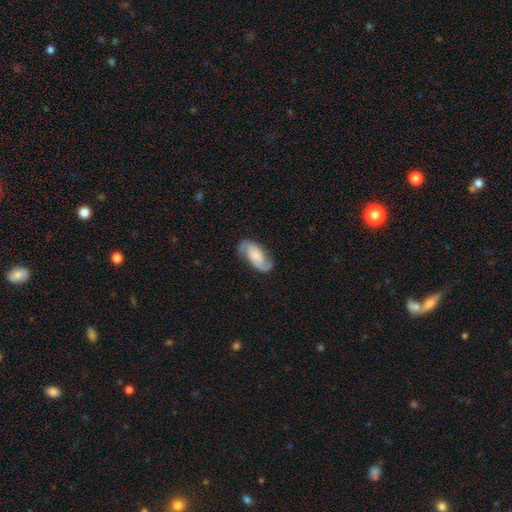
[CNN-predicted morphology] smooth-or-featured: featured or disk: 73% | smooth: 21% | star or artifact: 6%
  disk-edge-on: no: 97% | yes: 3%
    bar: no: 60% | weak: 30% | strong: 10%
    has-spiral-arms: yes: 95% | no: 5%
      spiral-winding: medium: 45% | loose: 30% | tight: 25%
      spiral-arm-count: 2: 90% | can't tell: 4% | 1: 3% | 3: 1% | 4: 1% | more than 4: 1%
    bulge-size: small: 37% | none: 26% | moderate: 23% | large: 11% | dominant: 3%
  merging: none: 75% | minor disturbance: 17% | major disturbance: 6% | merger: 1%